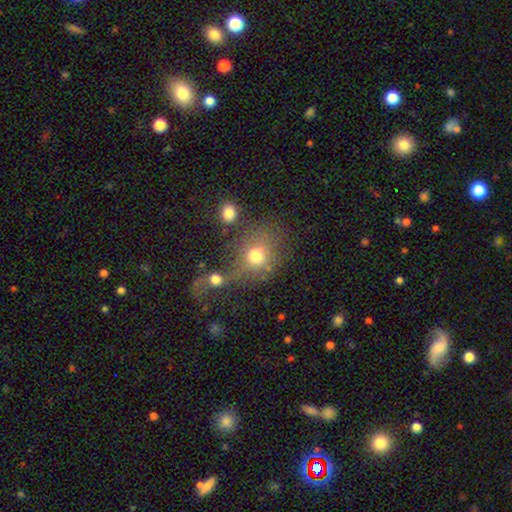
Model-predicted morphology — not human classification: smooth-or-featured: smooth: 69% | star or artifact: 16% | featured or disk: 15%
  how-rounded: round: 68% | in between: 31% | cigar-shaped: 1%
  merging: none: 42% | merger: 33% | minor disturbance: 12% | major disturbance: 12%